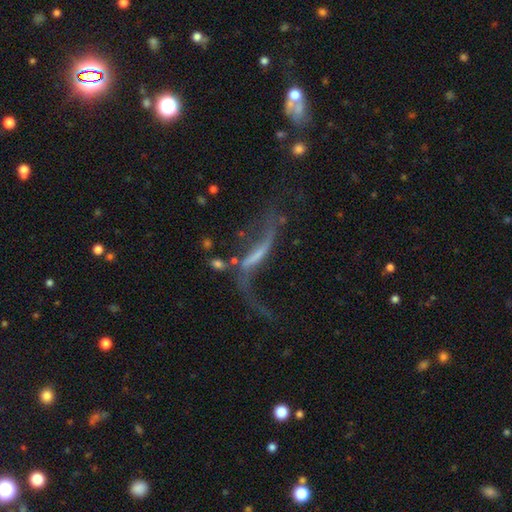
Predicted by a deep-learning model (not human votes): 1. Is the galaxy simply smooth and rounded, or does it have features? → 78% featured or disk, 12% smooth, 10% star or artifact.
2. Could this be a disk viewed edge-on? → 77% no, 23% yes.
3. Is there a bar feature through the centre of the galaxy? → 50% strong, 27% weak, 24% no.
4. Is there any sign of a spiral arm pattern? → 82% yes, 18% no.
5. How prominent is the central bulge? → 55% none, 27% small, 12% moderate, 3% large, 2% dominant.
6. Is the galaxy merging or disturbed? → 40% none, 29% major disturbance, 17% minor disturbance, 14% merger.